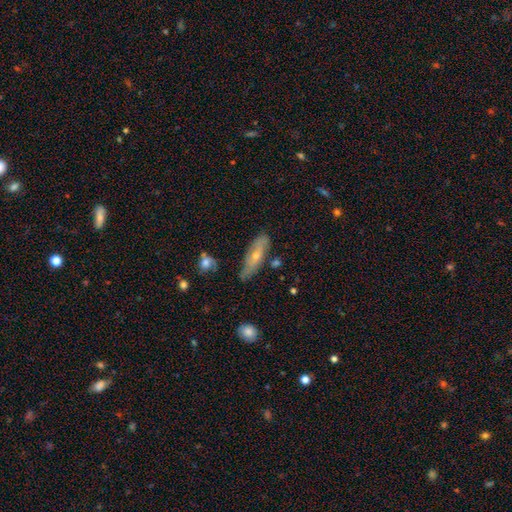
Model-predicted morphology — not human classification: A featured or disk galaxy (50%). Merging: none (73%).